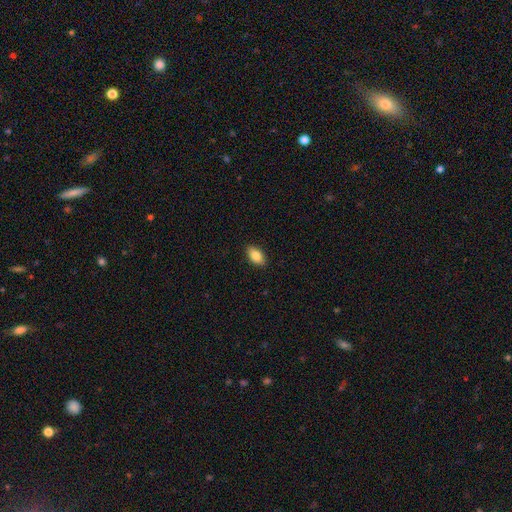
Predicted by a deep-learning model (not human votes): A smooth galaxy with no disk features (86%) that is in between round and cigar-shaped (92%). Merging: none (89%).